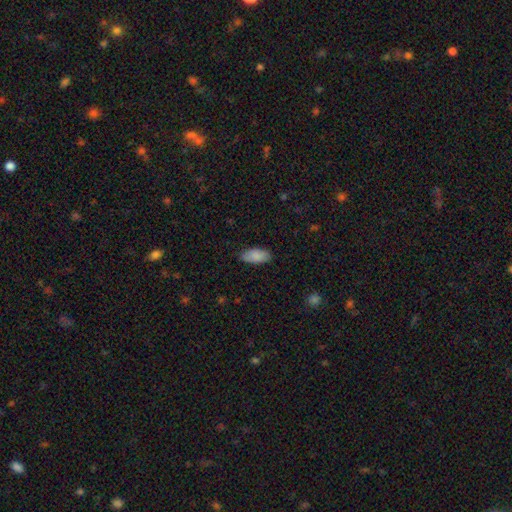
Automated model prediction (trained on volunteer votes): Smooth or featured? Predicted: smooth (p=0.88). How rounded? Predicted: in between (p=0.90). Merging? Predicted: none (p=0.83).